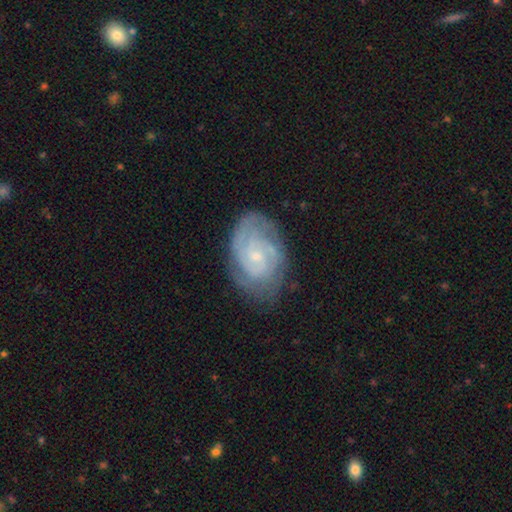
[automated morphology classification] smooth-or-featured: featured or disk: 85% | smooth: 10% | star or artifact: 5%
  disk-edge-on: no: 97% | yes: 3%
    bar: no: 61% | weak: 33% | strong: 5%
    has-spiral-arms: yes: 96% | no: 4%
      spiral-winding: tight: 68% | medium: 27% | loose: 5%
      spiral-arm-count: 2: 42% | can't tell: 25% | 3: 18% | 4: 6% | 1: 4% | more than 4: 4%
    bulge-size: small: 74% | moderate: 21% | none: 4% | large: 1% | dominant: 1%
  merging: none: 72% | minor disturbance: 20% | major disturbance: 6% | merger: 1%